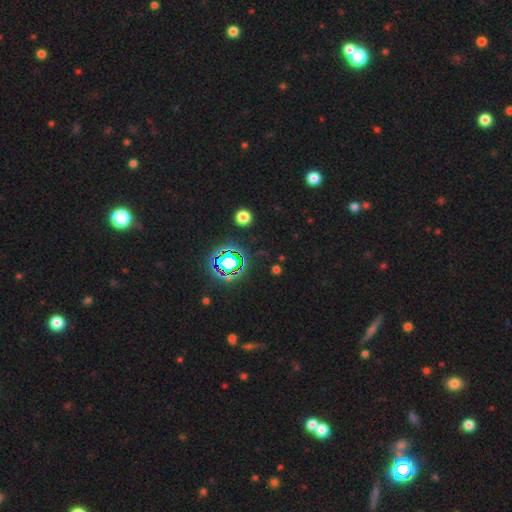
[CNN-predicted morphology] Overall: star or artifact (76%).